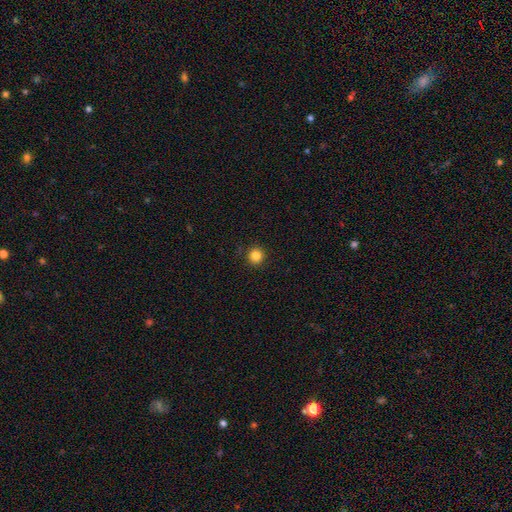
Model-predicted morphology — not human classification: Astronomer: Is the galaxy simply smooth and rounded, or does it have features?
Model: smooth — 84%.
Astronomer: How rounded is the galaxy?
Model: round — 94%.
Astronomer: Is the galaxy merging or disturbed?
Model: none — 92%.